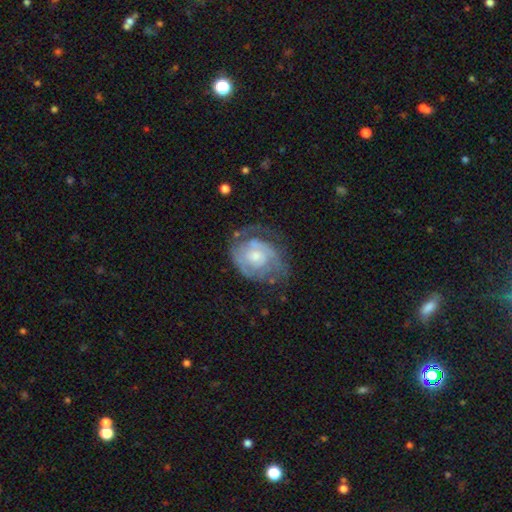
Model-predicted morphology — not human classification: A featured or disk galaxy (80%) with no bar (73%), 2 (47%) tight (57%) spiral arms (88%) and a moderate central bulge (49%). Merging: none (54%).